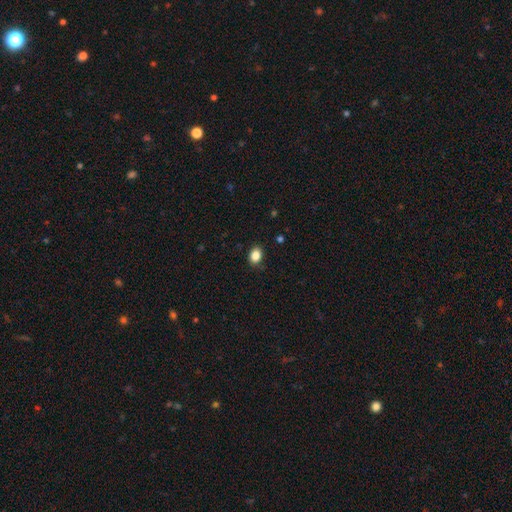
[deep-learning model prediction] This is clearly a smooth galaxy (86%). How rounded: likely in between (66%). Merging: clearly none (84%).